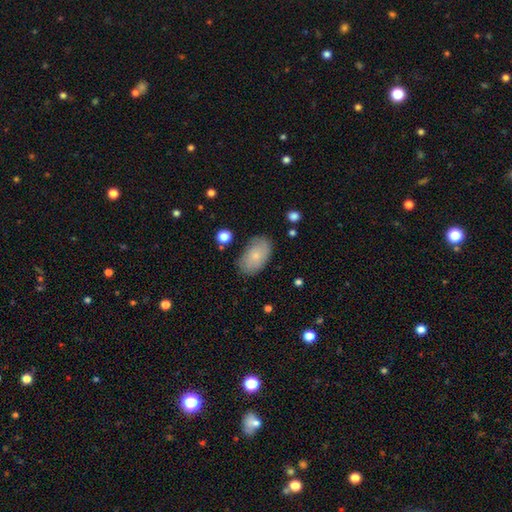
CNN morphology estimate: type=smooth (70%); roundness=in between (92%); merging=none (76%).